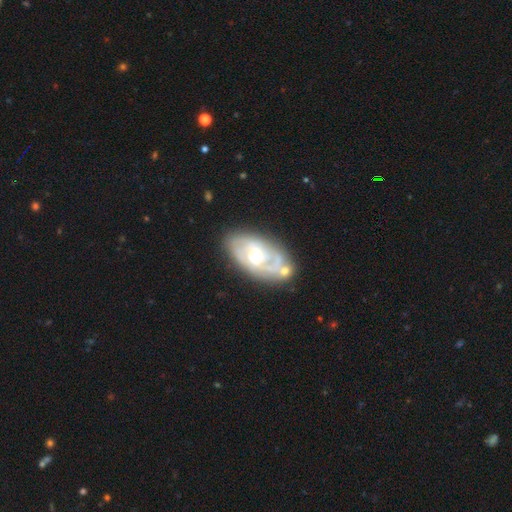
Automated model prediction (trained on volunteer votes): smooth_or_featured: featured or disk (p=0.81) [alt: smooth p=0.14]
disk_edge_on: no (p=0.95) [alt: yes p=0.05]
bar: no (p=0.45) [alt: weak p=0.44]
has_spiral_arms: yes (p=0.89) [alt: no p=0.11]
spiral_winding: tight (p=0.51) [alt: medium p=0.37]
spiral_arm_count: 2 (p=0.40) [alt: can't tell p=0.29]
bulge_size: moderate (p=0.62) [alt: small p=0.32]
merging: none (p=0.66) [alt: minor disturbance p=0.19]